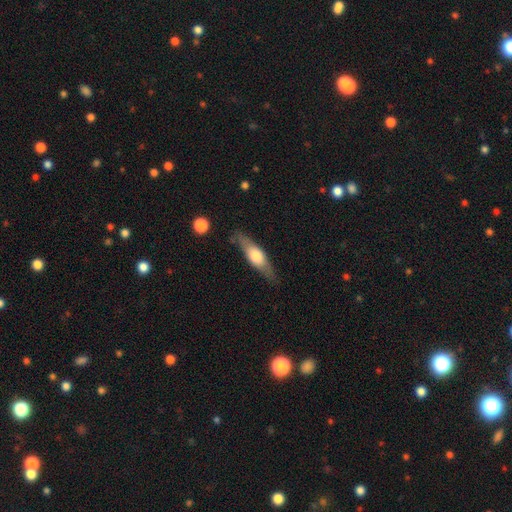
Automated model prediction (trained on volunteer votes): This is possibly a featured or disk galaxy (49%). Merging: clearly none (80%).